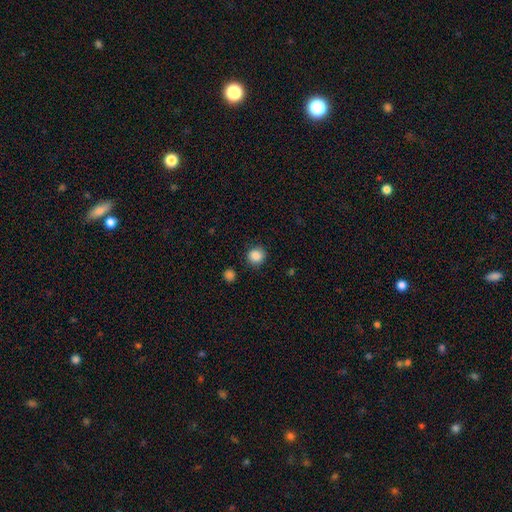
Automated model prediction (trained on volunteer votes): Smooth or featured? Predicted: smooth (p=0.87). How rounded? Predicted: round (p=0.90). Merging? Predicted: none (p=0.88).